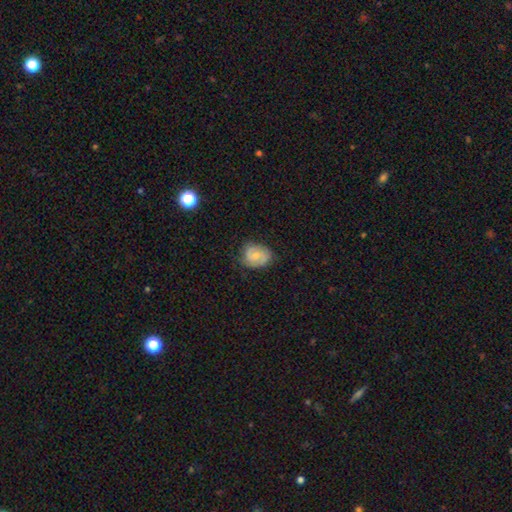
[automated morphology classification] Smooth or featured?
  - featured or disk: 50% *
  - smooth: 43%
  - star or artifact: 7%
Merging?
  - none: 71% *
  - minor disturbance: 22%
  - major disturbance: 6%
  - merger: 1%